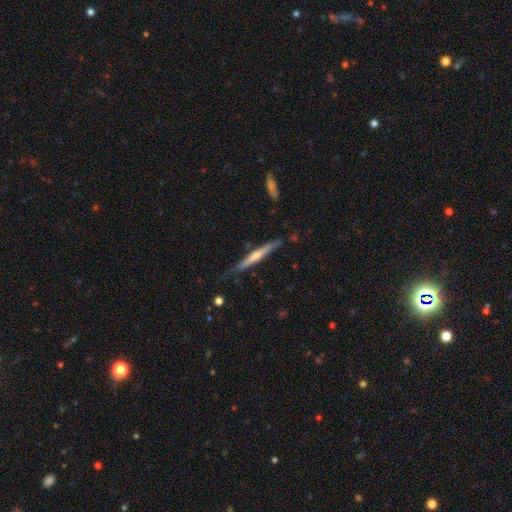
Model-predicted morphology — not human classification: The model was most divided on "edge-on bulge": rounded: 65%, none: 28%, boxy: 7%. More confident: edge-on disk — yes (96%); merging — none (76%); smooth or featured — featured or disk (66%).